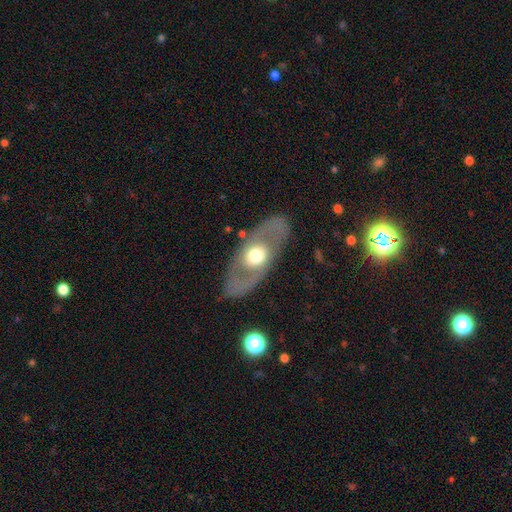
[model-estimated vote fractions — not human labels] Smooth or featured? featured or disk (61%)
Edge-on disk? no (81%)
Merging? none (83%)